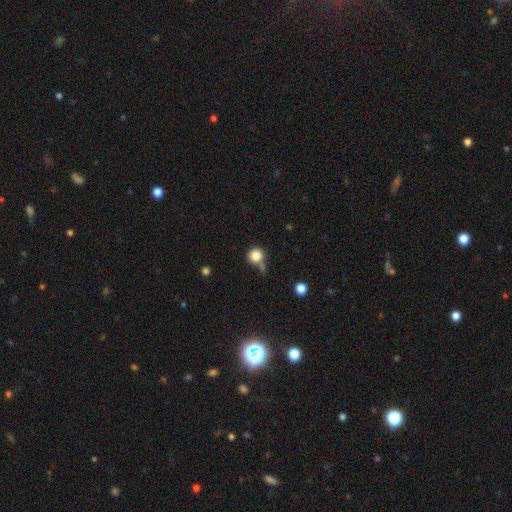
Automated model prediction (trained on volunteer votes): This appears to be a smooth galaxy with no disk features (84%) that is round (91%). Merging: none (63%).